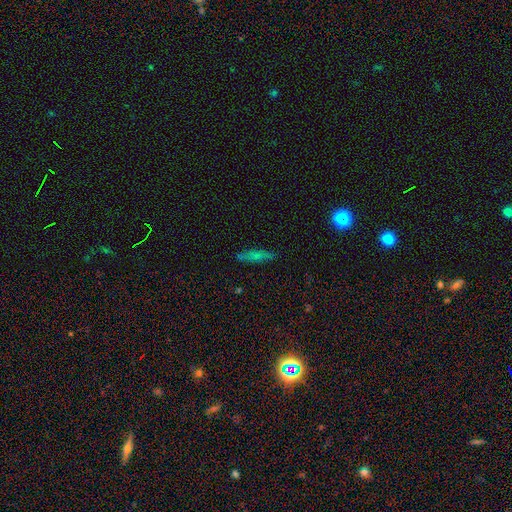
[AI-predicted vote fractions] Smooth or featured: smooth — 60% (featured or disk — 27%)
How rounded: cigar-shaped — 80% (in between — 17%)
Merging: none — 82% (minor disturbance — 13%)